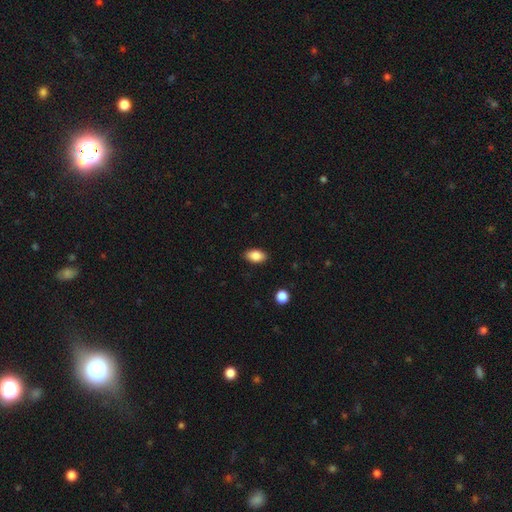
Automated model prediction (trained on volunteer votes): A smooth galaxy with no disk features (86%) that is in between round and cigar-shaped (92%). Merging: none (89%).